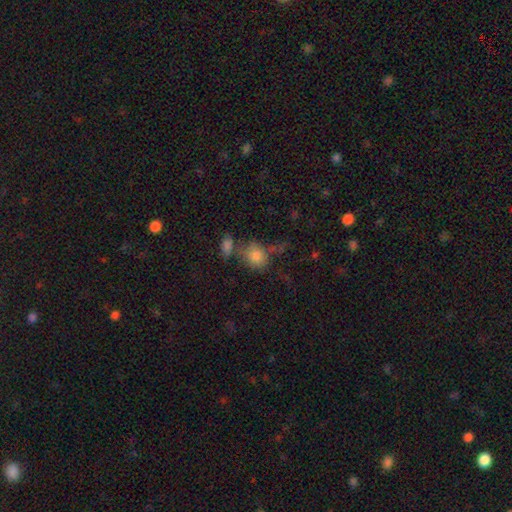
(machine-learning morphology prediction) The model was most divided on "how rounded": round: 57%, in between: 41%, cigar-shaped: 2%. Remaining: smooth or featured — smooth (77%); merging — none (49%).